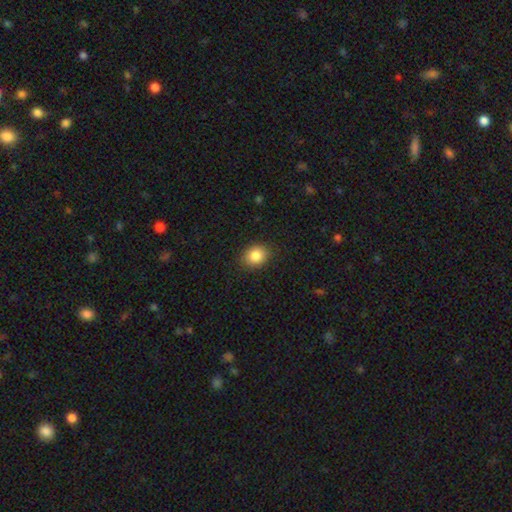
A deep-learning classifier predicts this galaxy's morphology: A smooth galaxy with no disk features (85%) that is round (58%). Merging: none (88%).